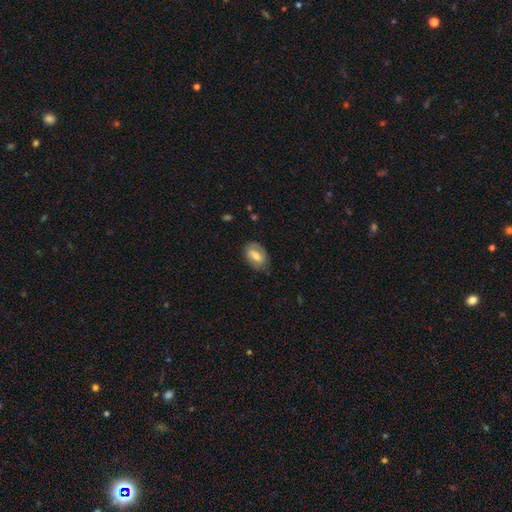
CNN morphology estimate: Q: Smooth or featured?
A: smooth (48%); runner-up: featured or disk (45%)
Q: Merging?
A: none (72%); runner-up: minor disturbance (20%)